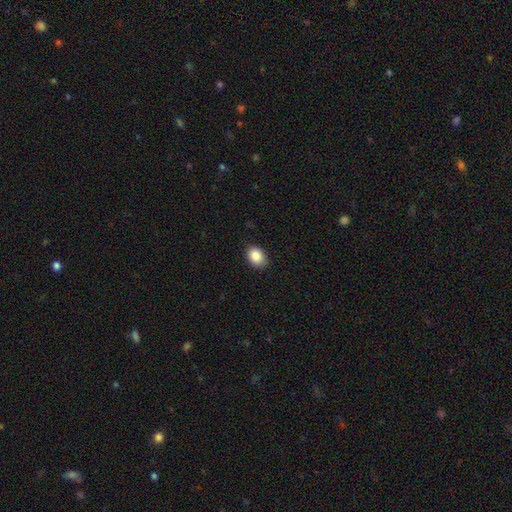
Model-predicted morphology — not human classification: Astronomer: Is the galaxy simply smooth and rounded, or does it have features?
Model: smooth — 87%.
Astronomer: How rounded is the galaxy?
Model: in between — 63%.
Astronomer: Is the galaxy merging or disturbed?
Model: none — 86%.